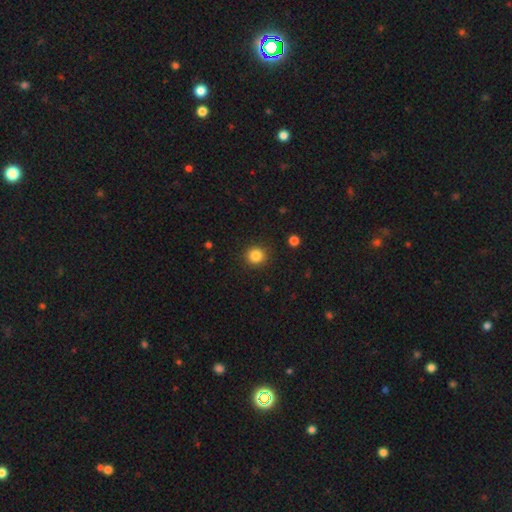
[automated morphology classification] Smooth or featured? Predicted: smooth (p=0.84). How rounded? Predicted: round (p=0.93). Merging? Predicted: none (p=0.91).